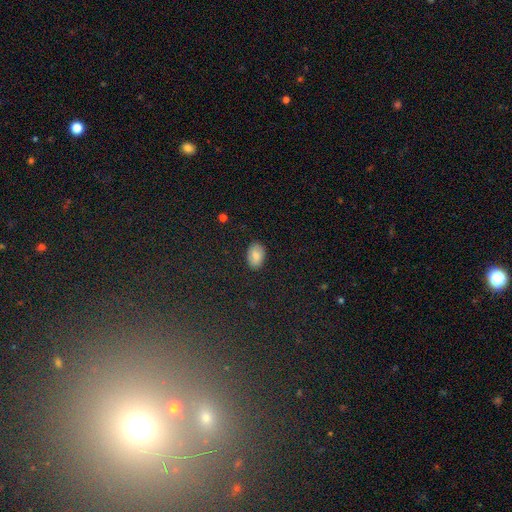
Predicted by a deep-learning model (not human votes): This appears to be a smooth galaxy with no disk features (79%) that is in between round and cigar-shaped (90%). Merging: none (86%).